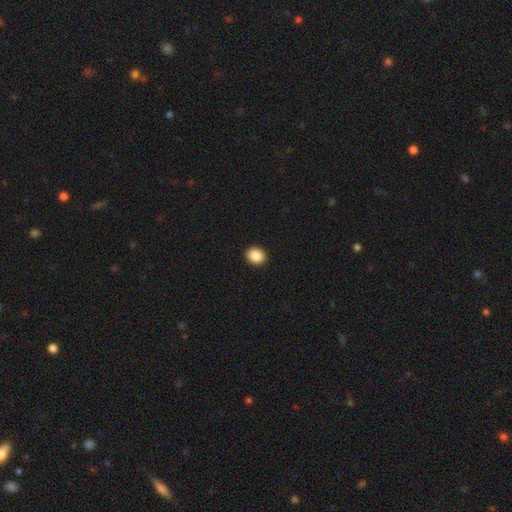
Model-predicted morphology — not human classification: Q: Smooth or featured?
A: smooth (87%); runner-up: star or artifact (9%)
Q: How rounded?
A: round (65%); runner-up: in between (34%)
Q: Merging?
A: none (93%); runner-up: minor disturbance (5%)